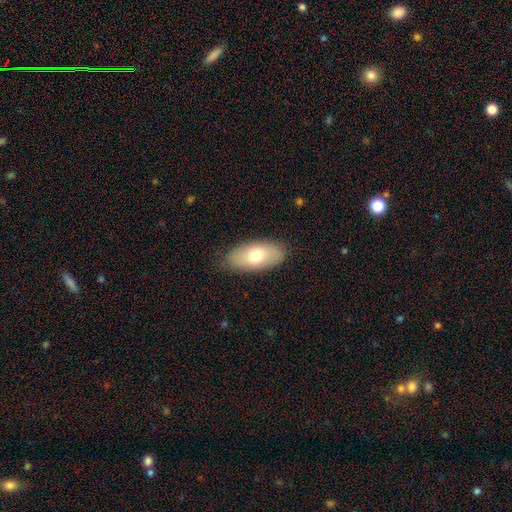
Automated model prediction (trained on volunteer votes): Morphology: type=smooth (69%); roundness=in between (92%); merging=none (83%).